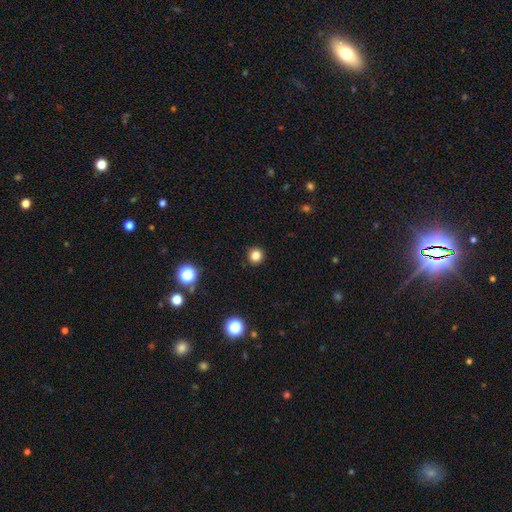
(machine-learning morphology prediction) smooth_or_featured: smooth (p=0.83) [alt: star or artifact p=0.14]
how_rounded: round (p=0.93) [alt: in between p=0.06]
merging: none (p=0.91) [alt: minor disturbance p=0.06]